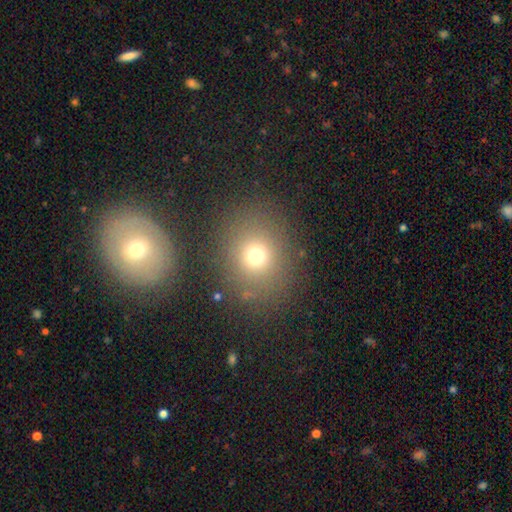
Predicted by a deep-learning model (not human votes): Smooth or featured? smooth (70%)
How rounded? round (75%)
Merging? none (81%)